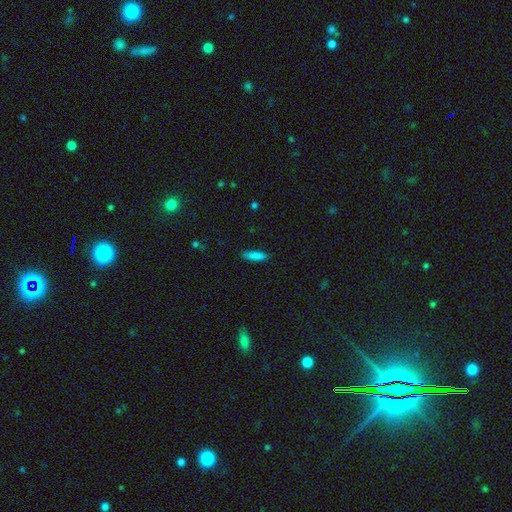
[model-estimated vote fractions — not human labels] Smooth or featured: smooth — 85% (star or artifact — 8%)
How rounded: cigar-shaped — 64% (in between — 34%)
Merging: none — 87% (minor disturbance — 10%)